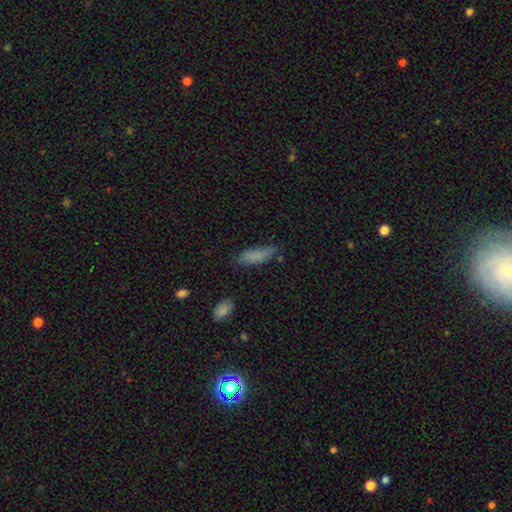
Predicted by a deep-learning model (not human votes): A smooth galaxy with no disk features (82%) that is cigar-shaped (52%). Merging: none (65%).